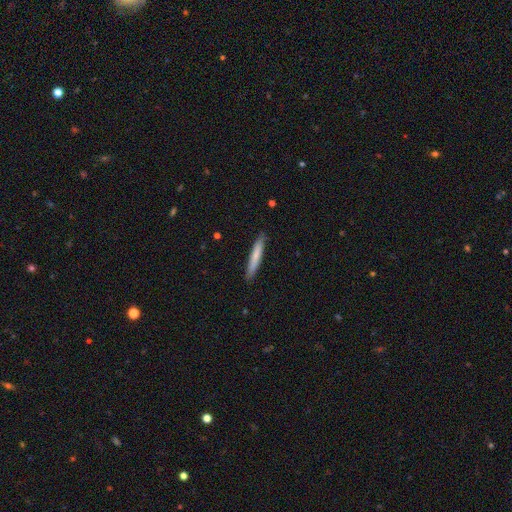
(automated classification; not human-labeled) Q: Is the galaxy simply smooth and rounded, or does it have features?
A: smooth — 73%.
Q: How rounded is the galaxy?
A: cigar-shaped — 95%.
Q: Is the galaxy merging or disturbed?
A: none — 89%.